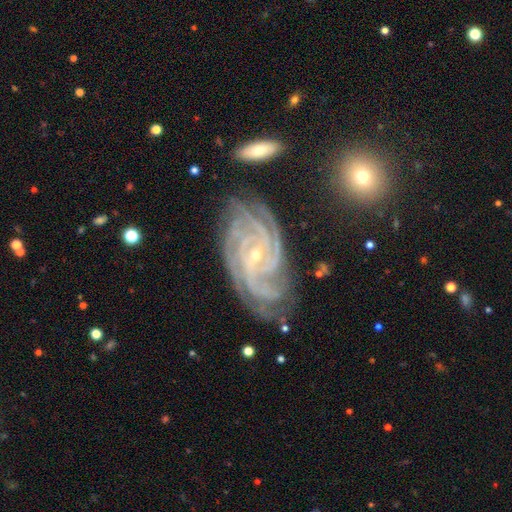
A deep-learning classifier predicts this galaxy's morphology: Smooth or featured?
  - featured or disk: 93% *
  - star or artifact: 5%
  - smooth: 3%
Edge-on disk?
  - no: 97% *
  - yes: 3%
Bar?
  - no: 57% *
  - weak: 29%
  - strong: 14%
Spiral arms?
  - yes: 99% *
  - no: 1%
Spiral winding?
  - tight: 77% *
  - medium: 20%
  - loose: 3%
Spiral arm count?
  - 4: 41% *
  - more than 4: 20%
  - 3: 16%
  - can't tell: 10%
  - 2: 7%
  - 1: 6%
Bulge size?
  - small: 78% *
  - moderate: 20%
  - none: 1%
  - large: 1%
  - dominant: 1%
Merging?
  - none: 72% *
  - minor disturbance: 20%
  - major disturbance: 6%
  - merger: 2%